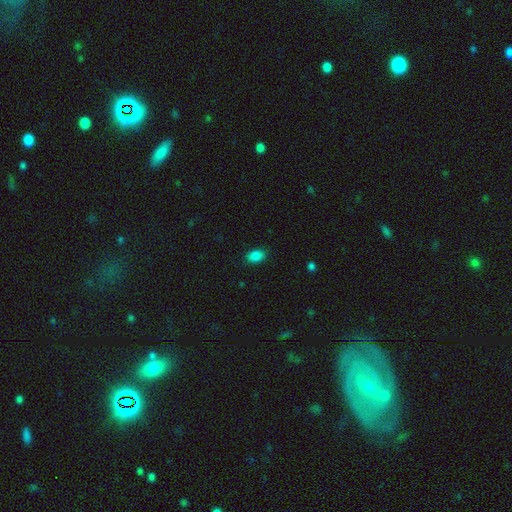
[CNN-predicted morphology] Smooth or featured?
  - smooth: 86% *
  - star or artifact: 10%
  - featured or disk: 4%
How rounded?
  - in between: 85% *
  - round: 14%
  - cigar-shaped: 1%
Merging?
  - none: 87% *
  - minor disturbance: 9%
  - major disturbance: 2%
  - merger: 1%